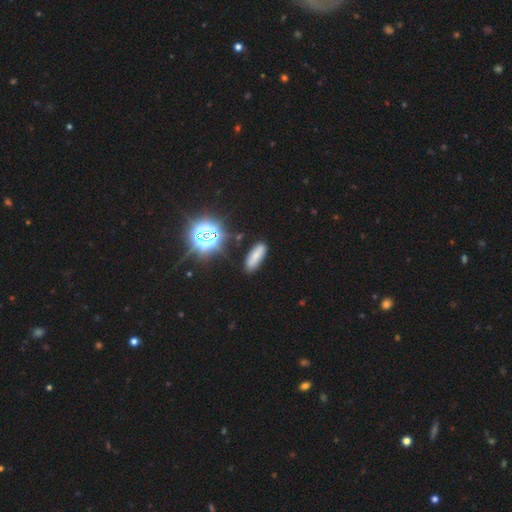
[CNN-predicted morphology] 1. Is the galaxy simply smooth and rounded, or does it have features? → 70% smooth, 17% star or artifact, 13% featured or disk.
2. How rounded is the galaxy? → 59% in between, 37% cigar-shaped, 4% round.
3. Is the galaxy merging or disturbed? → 85% none, 10% minor disturbance, 3% major disturbance, 2% merger.